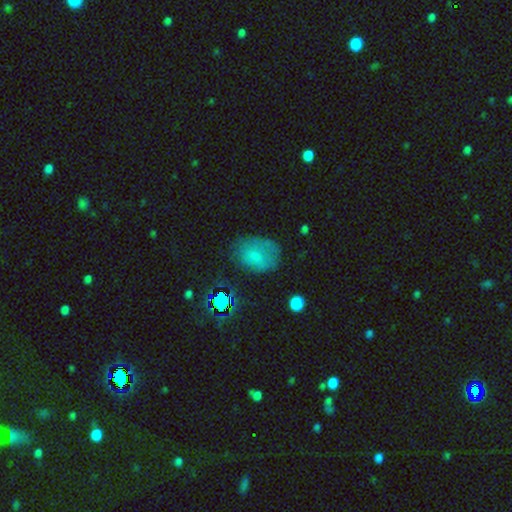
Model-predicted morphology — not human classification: Smooth or featured? Predicted: smooth (p=0.66). How rounded? Predicted: in between (p=0.68). Merging? Predicted: none (p=0.55).